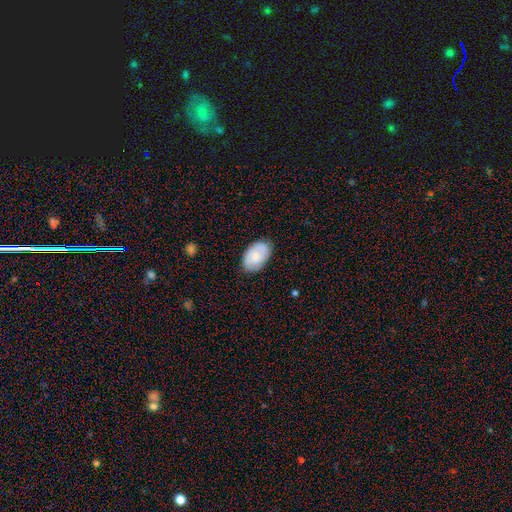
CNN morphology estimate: A smooth galaxy with no disk features (66%) that is in between round and cigar-shaped (91%). Merging: none (82%).